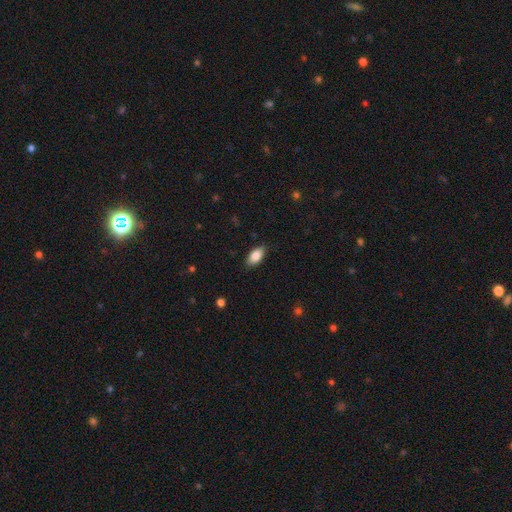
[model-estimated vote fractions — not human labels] Morphology: type=smooth (85%); roundness=in between (92%); merging=none (86%).